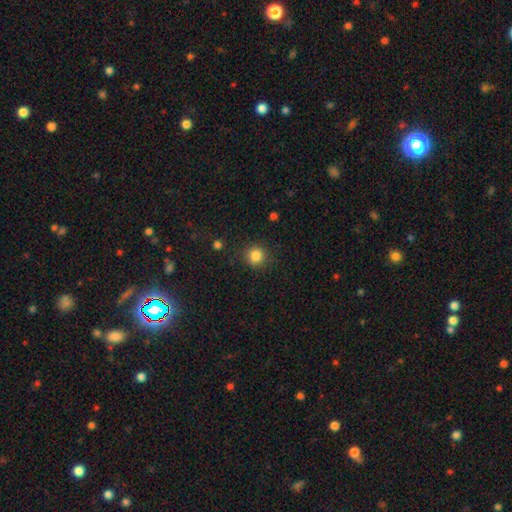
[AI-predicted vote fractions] Smooth or featured? smooth (84%)
How rounded? round (92%)
Merging? none (88%)